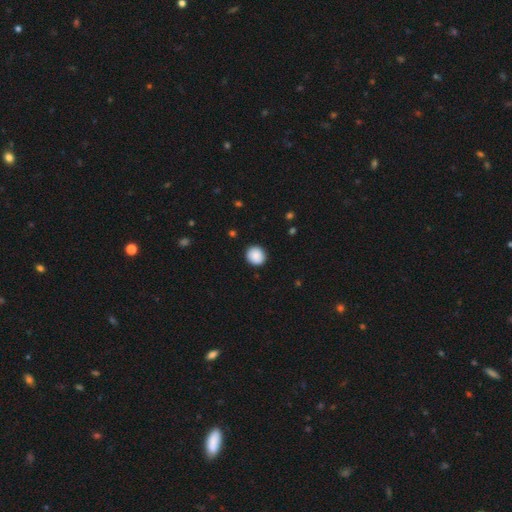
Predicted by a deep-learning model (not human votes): Morphology: type=smooth (88%); roundness=round (87%); merging=none (90%).